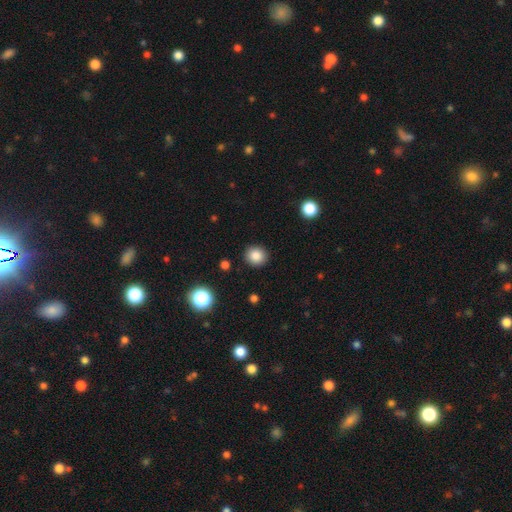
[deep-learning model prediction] smooth_or_featured: smooth (p=0.85) [alt: star or artifact p=0.10]
how_rounded: round (p=0.88) [alt: in between p=0.11]
merging: none (p=0.91) [alt: minor disturbance p=0.06]